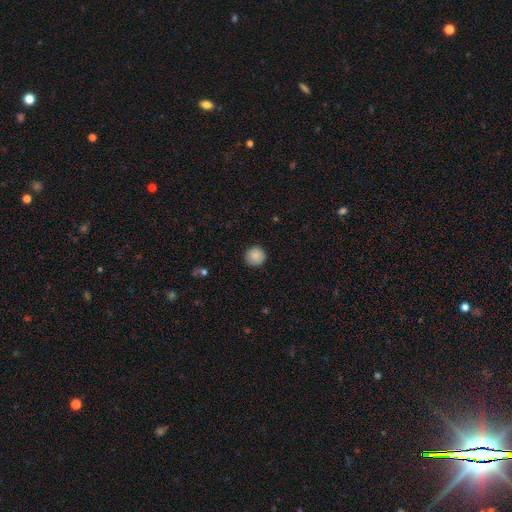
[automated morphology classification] This appears to be a smooth galaxy with no disk features (87%) that is round (95%). Merging: none (91%).